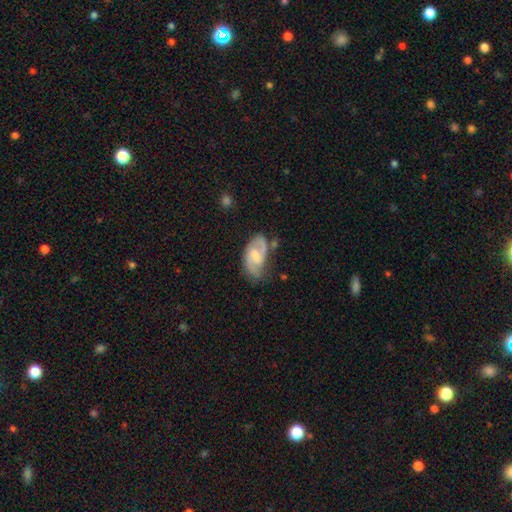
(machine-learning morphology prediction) A featured or disk galaxy (77%) with a weak bar (56%), 2 (86%) medium (53%) spiral arms (94%) and a small central bulge (38%). Merging: none (65%).